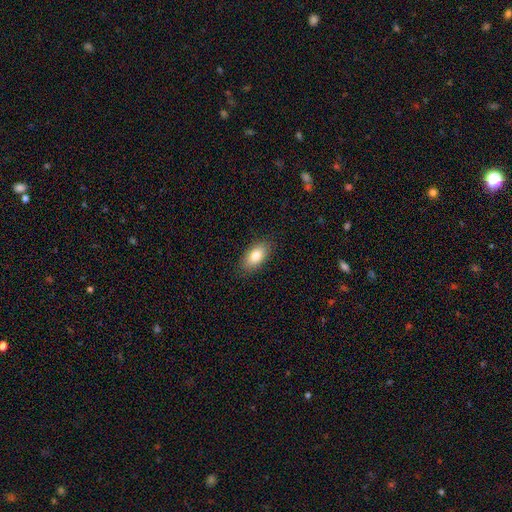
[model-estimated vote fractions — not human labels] This appears to be a smooth galaxy with no disk features (81%) that is in between round and cigar-shaped (91%). Merging: none (87%).